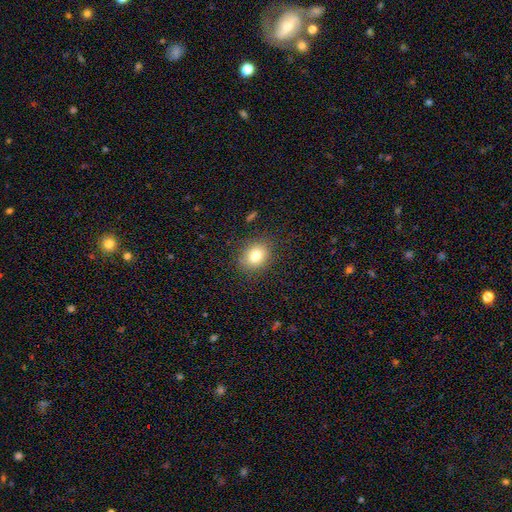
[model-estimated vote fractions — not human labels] Smooth or featured?
  - smooth: 79% *
  - star or artifact: 11%
  - featured or disk: 9%
How rounded?
  - round: 56% *
  - in between: 44%
  - cigar-shaped: 1%
Merging?
  - none: 86% *
  - minor disturbance: 10%
  - major disturbance: 3%
  - merger: 1%